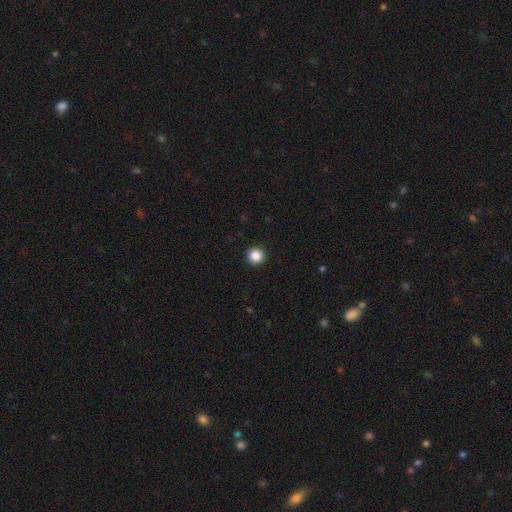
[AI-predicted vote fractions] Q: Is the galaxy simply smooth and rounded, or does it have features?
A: smooth — 87%.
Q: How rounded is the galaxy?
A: round — 96%.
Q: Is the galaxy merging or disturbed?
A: none — 93%.